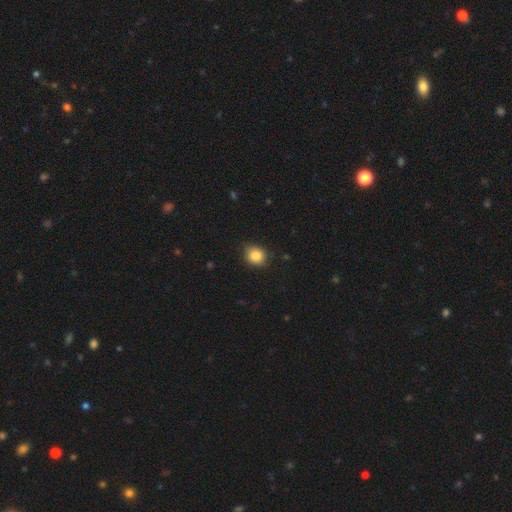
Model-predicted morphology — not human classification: The model was most divided on "how rounded": round: 74%, in between: 25%, cigar-shaped: 1%. More confident: smooth or featured — smooth (85%); merging — none (81%).